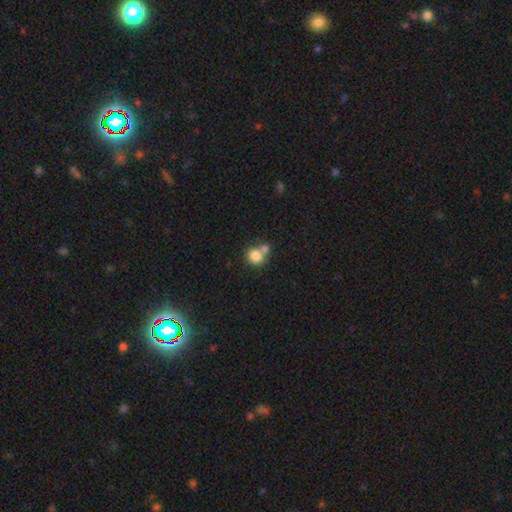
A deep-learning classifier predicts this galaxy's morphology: Smooth or featured: smooth — 82% (star or artifact — 10%)
How rounded: round — 79% (in between — 20%)
Merging: none — 44% (tied with merger — 44%)